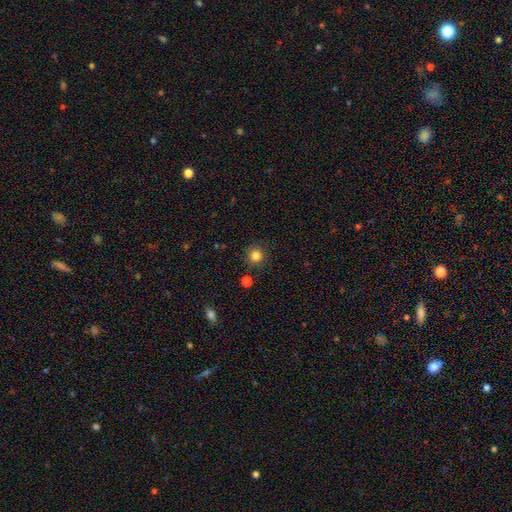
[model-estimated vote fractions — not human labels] Smooth or featured: smooth — 82% (star or artifact — 13%)
How rounded: round — 93% (in between — 6%)
Merging: none — 89% (minor disturbance — 7%)